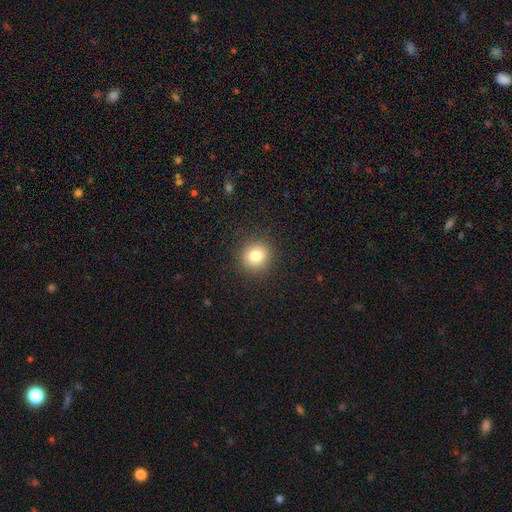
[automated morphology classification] Smooth or featured? Predicted: smooth (p=0.80). How rounded? Predicted: round (p=0.90). Merging? Predicted: none (p=0.90).